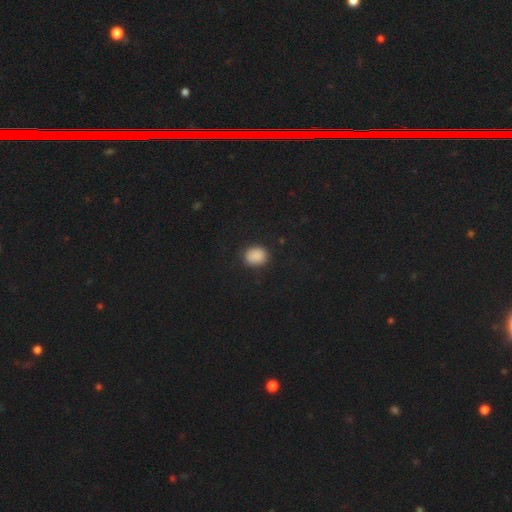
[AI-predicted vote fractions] This is clearly a smooth galaxy (87%). How rounded: likely round (67%). Merging: clearly none (87%).